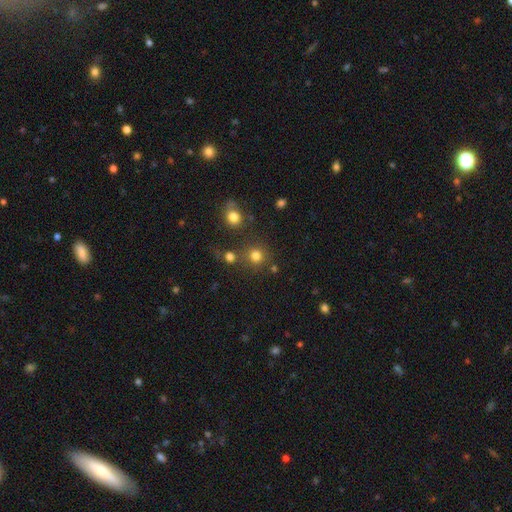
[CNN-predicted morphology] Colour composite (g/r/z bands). It shows a smooth galaxy with no disk features (78%) that is round (91%). Merging: none (74%).